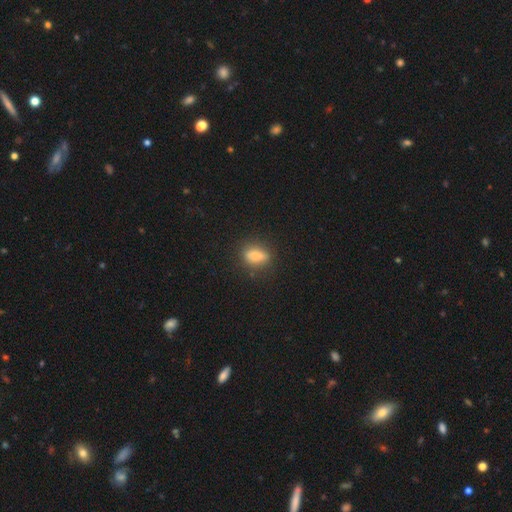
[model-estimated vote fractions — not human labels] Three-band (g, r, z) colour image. It shows a smooth galaxy with no disk features (74%) that is in between round and cigar-shaped (65%). Merging: none (75%).